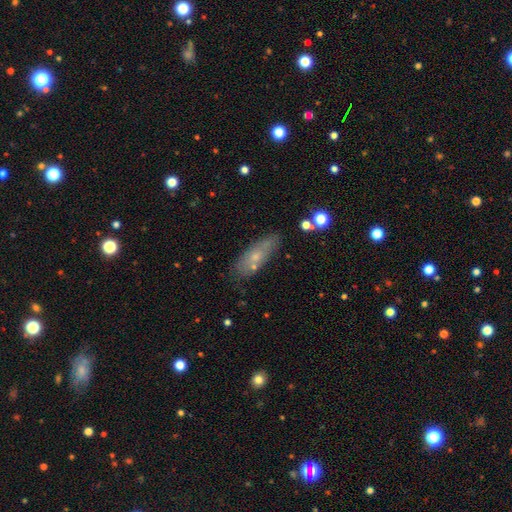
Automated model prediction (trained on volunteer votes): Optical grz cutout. It shows a smooth galaxy with no disk features (58%) that is in between round and cigar-shaped (51%). Merging: none (73%).